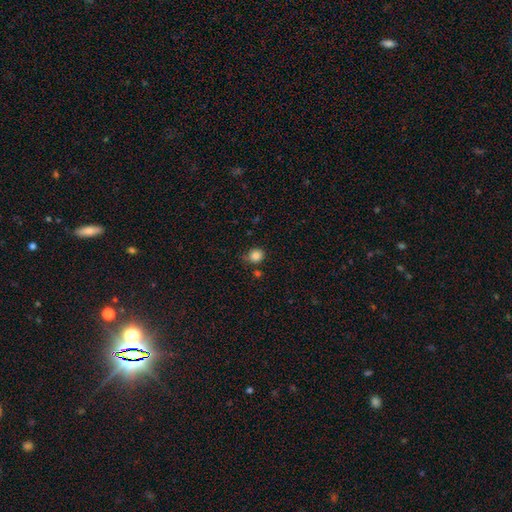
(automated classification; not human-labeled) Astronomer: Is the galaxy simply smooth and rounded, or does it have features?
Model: smooth — 83%.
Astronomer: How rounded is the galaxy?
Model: round — 83%.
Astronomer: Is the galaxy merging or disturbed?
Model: none — 71%.